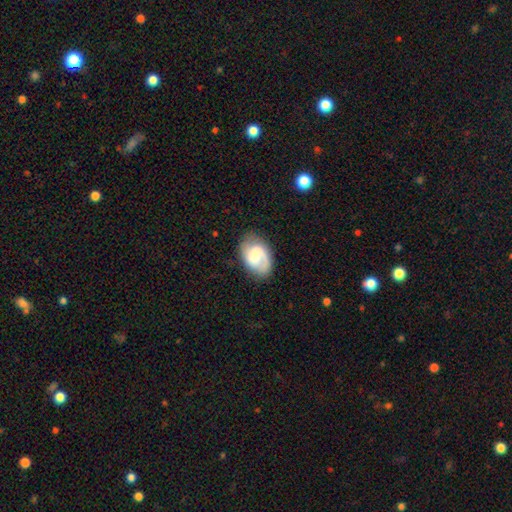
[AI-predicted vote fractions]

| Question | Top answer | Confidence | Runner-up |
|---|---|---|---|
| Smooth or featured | featured or disk | 57% | smooth (36%) |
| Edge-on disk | no | 97% | yes (3%) |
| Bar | no | 50% | weak (41%) |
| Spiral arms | yes | 91% | no (9%) |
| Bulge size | none | 27% | tied: small (27%) |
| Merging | none | 72% | minor disturbance (19%) |